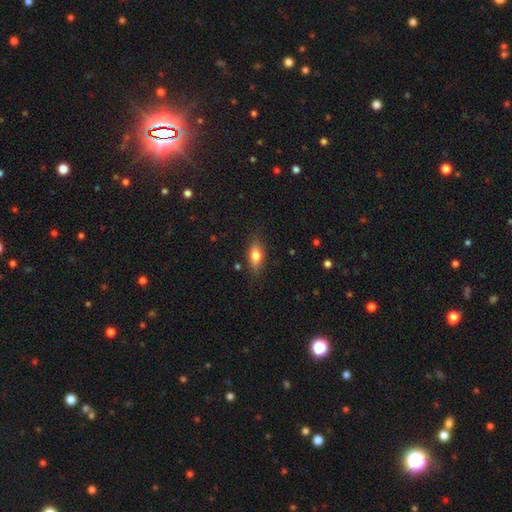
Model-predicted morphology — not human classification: Q: Smooth or featured?
A: smooth (73%); runner-up: featured or disk (19%)
Q: How rounded?
A: in between (77%); runner-up: cigar-shaped (17%)
Q: Merging?
A: none (82%); runner-up: minor disturbance (14%)